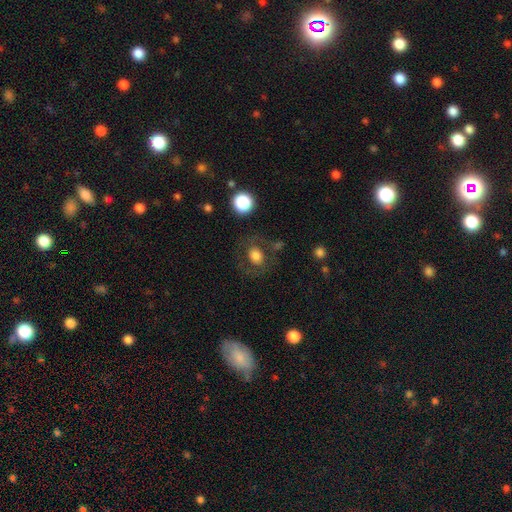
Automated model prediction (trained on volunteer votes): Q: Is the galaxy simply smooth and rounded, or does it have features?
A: smooth — 66%.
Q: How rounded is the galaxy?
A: round — 61%.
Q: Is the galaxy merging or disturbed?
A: none — 73%.